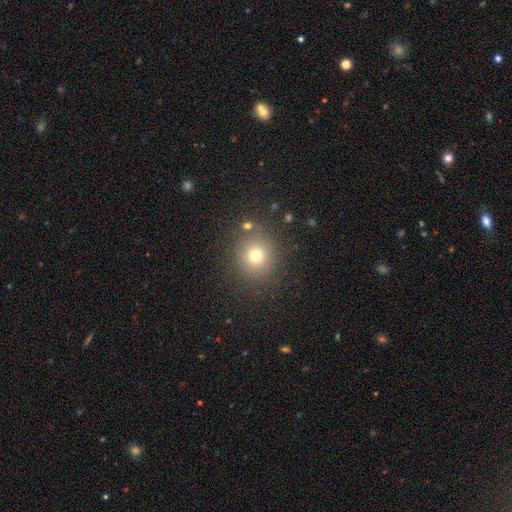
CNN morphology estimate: Smooth or featured: smooth — 73% (star or artifact — 17%)
How rounded: round — 87% (in between — 12%)
Merging: none — 82% (minor disturbance — 9%)